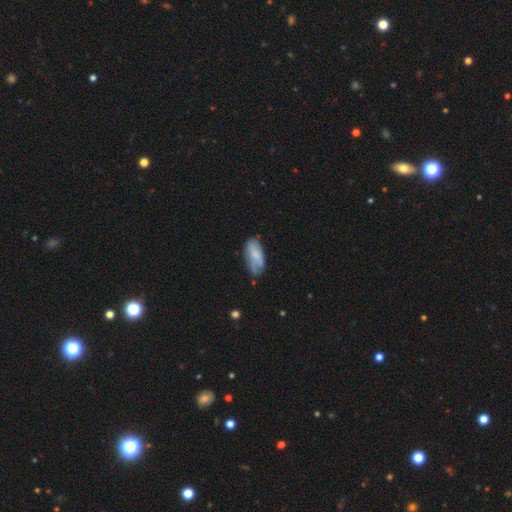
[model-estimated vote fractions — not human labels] smooth 67%, featured or disk 26%, star or artifact 7%. Down the decision tree: how rounded — in between (90%); merging — none (53%).